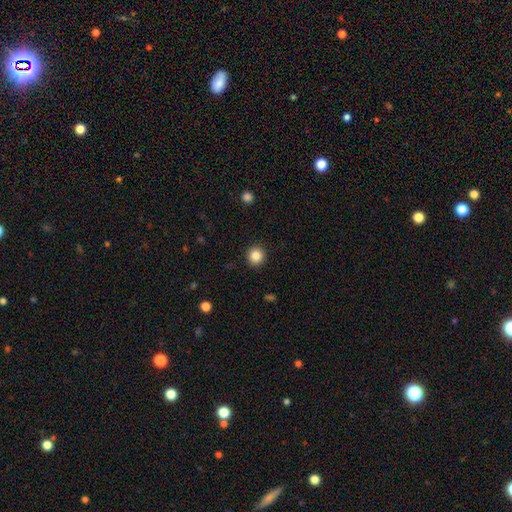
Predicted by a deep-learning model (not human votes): A smooth galaxy with no disk features (85%) that is round (92%).

Vote fractions:
- Smooth or featured? smooth: 85% / star or artifact: 10% / featured or disk: 5%
- How rounded? round: 92% / in between: 7% / cigar-shaped: 1%
- Merging? none: 92% / minor disturbance: 5% / major disturbance: 2% / merger: 1%